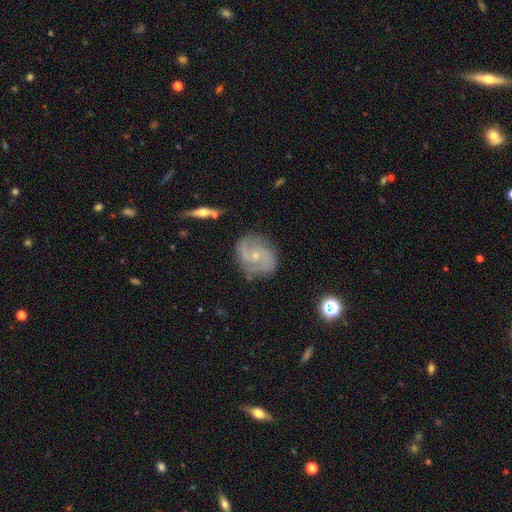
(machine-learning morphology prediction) The model was most divided on "spiral winding": medium: 51%, tight: 30%, loose: 19%. More confident: edge-on disk — no (97%); spiral arms — yes (96%); smooth or featured — featured or disk (85%); spiral arm count — 2 (82%); merging — none (79%); bulge size — small (71%); bar — no (60%).